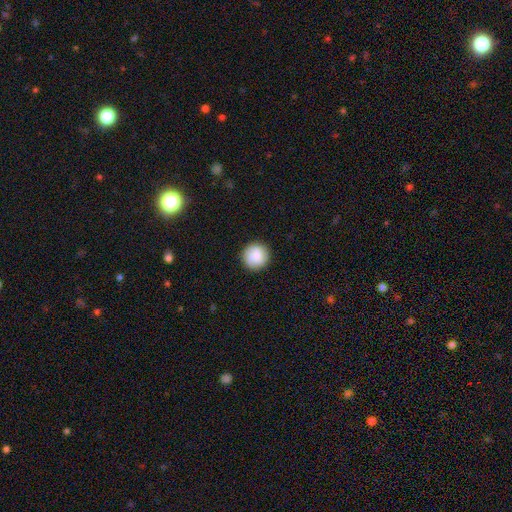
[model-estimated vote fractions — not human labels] smooth_or_featured: smooth (p=0.75) [alt: featured or disk p=0.17]
how_rounded: round (p=0.94) [alt: in between p=0.05]
merging: none (p=0.88) [alt: minor disturbance p=0.08]